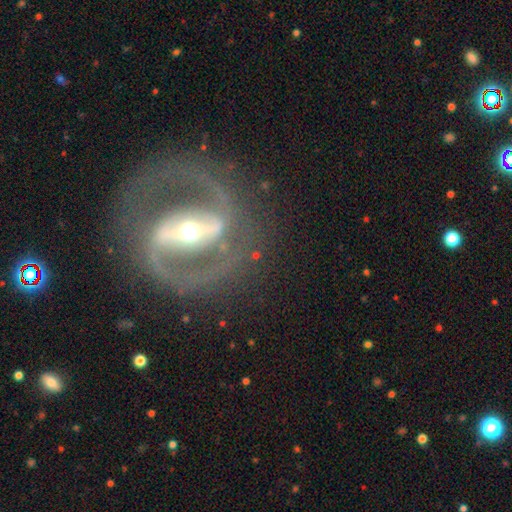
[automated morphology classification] A featured or disk galaxy (86%) with a strong bar (74%), 2 (89%) medium (52%) spiral arms (82%) and a moderate central bulge (67%). Merging: none (74%).